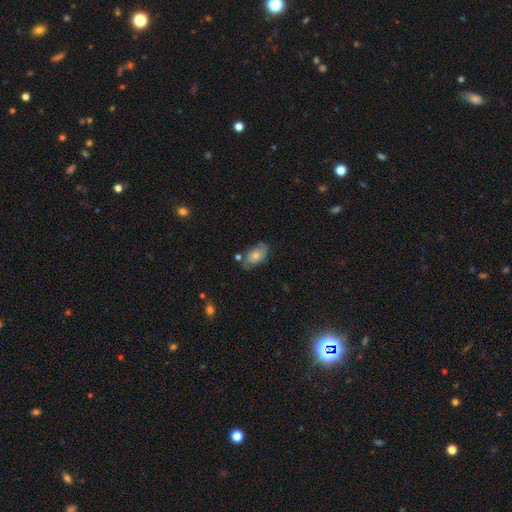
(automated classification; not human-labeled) This appears to be a smooth galaxy with no disk features (53%) that is in between round and cigar-shaped (89%). Merging: none (62%).